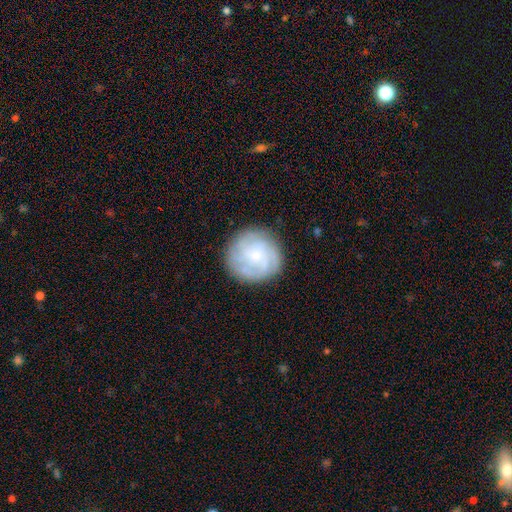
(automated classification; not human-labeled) Smooth or featured?
  - featured or disk: 63% *
  - smooth: 30%
  - star or artifact: 8%
Edge-on disk?
  - no: 98% *
  - yes: 2%
Bar?
  - no: 76% *
  - weak: 22%
  - strong: 3%
Spiral arms?
  - yes: 90% *
  - no: 10%
Spiral winding?
  - tight: 64% *
  - medium: 28%
  - loose: 9%
Spiral arm count?
  - can't tell: 37% *
  - 4: 21%
  - 3: 19%
  - 2: 9%
  - more than 4: 7%
  - 1: 6%
Bulge size?
  - small: 71% *
  - moderate: 20%
  - none: 6%
  - large: 2%
  - dominant: 1%
Merging?
  - none: 83% *
  - minor disturbance: 12%
  - major disturbance: 4%
  - merger: 1%